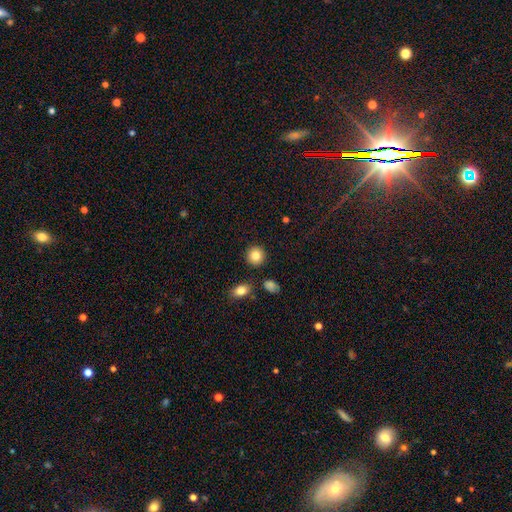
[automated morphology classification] Overall: smooth (83%). How rounded: round (90%). Merging: none (88%).